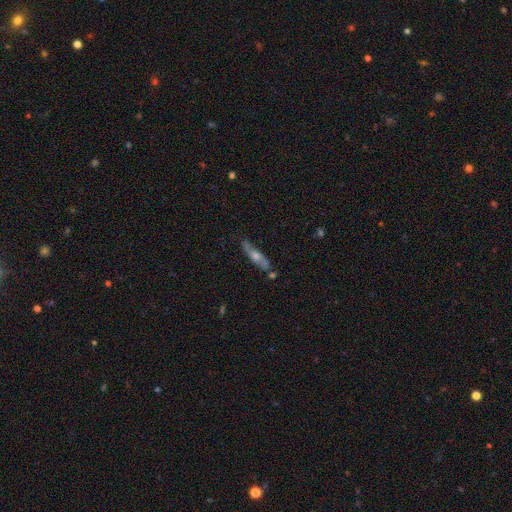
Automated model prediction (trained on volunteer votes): Morphology: type=featured or disk (60%); edge-on=yes (62%); merging=none (75%).